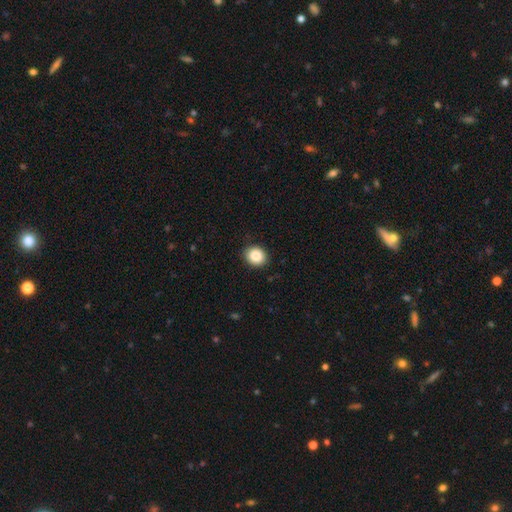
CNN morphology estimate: This is clearly a smooth galaxy (84%). How rounded: likely round (72%). Merging: clearly none (90%).